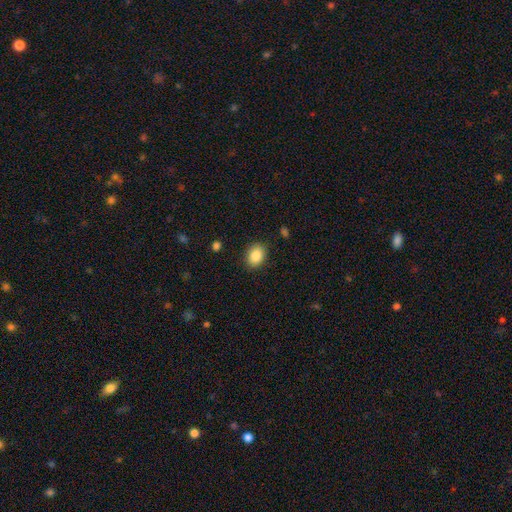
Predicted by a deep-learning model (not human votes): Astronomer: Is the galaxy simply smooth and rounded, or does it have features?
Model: smooth — 87%.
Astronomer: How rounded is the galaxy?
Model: in between — 66%.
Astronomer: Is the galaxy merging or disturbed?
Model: none — 87%.